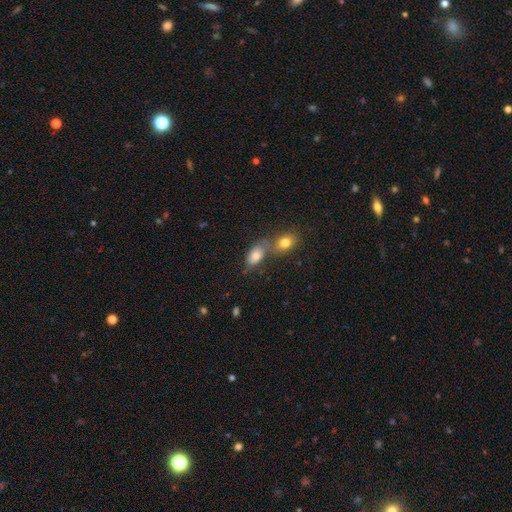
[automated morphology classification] A smooth galaxy with no disk features (79%) that is in between round and cigar-shaped (89%). Merging: merger (45%).